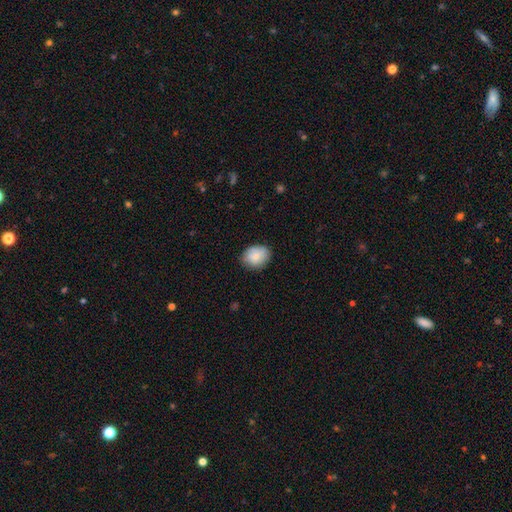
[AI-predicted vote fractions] Smooth or featured? Predicted: smooth (p=0.77). How rounded? Predicted: round (p=0.50). Merging? Predicted: none (p=0.77).